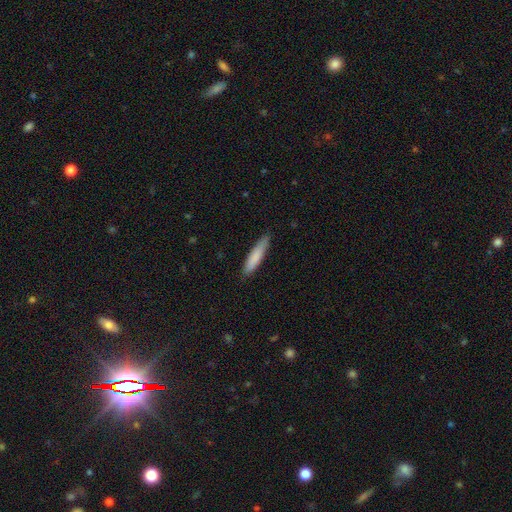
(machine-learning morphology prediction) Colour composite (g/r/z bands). It shows a smooth galaxy with no disk features (83%) that is cigar-shaped (85%). Merging: none (84%).